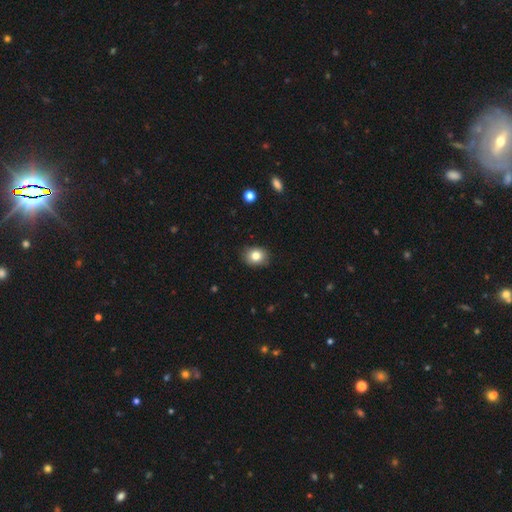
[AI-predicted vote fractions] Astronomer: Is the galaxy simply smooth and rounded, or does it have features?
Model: smooth — 81%.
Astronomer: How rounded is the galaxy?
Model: round — 52% (runner-up: in between, 47%).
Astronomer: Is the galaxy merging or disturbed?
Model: none — 86%.